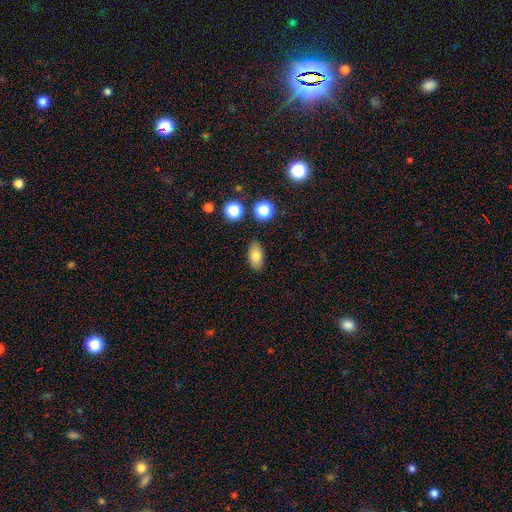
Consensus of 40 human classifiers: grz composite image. It shows a smooth galaxy with no disk features (78%) that is in between round and cigar-shaped (87%). Merging: none (94%).